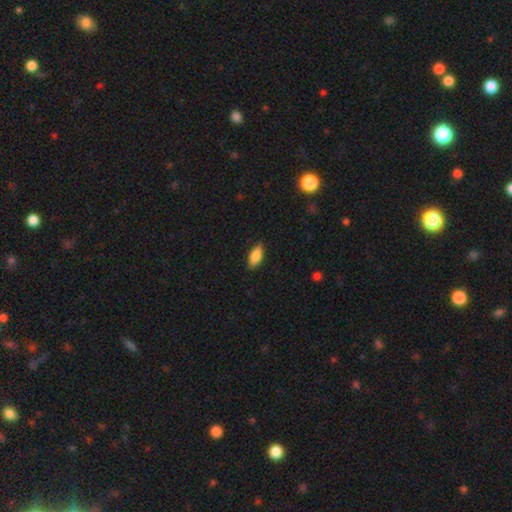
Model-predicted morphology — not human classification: A smooth galaxy with no disk features (84%) that is in between round and cigar-shaped (83%). Merging: none (86%).